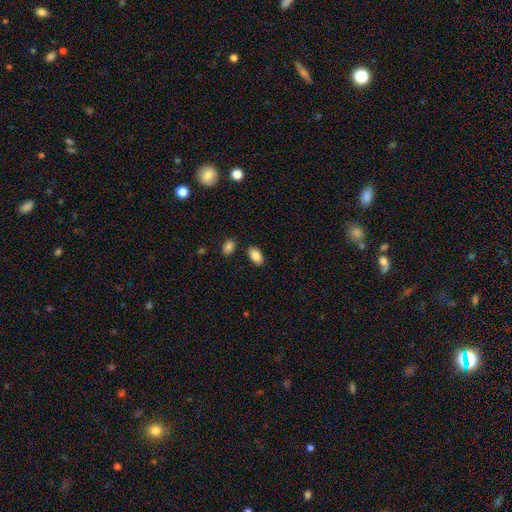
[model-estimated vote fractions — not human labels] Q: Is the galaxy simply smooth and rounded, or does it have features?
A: smooth — 87%.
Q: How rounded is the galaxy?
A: in between — 94%.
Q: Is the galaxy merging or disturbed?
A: none — 85%.